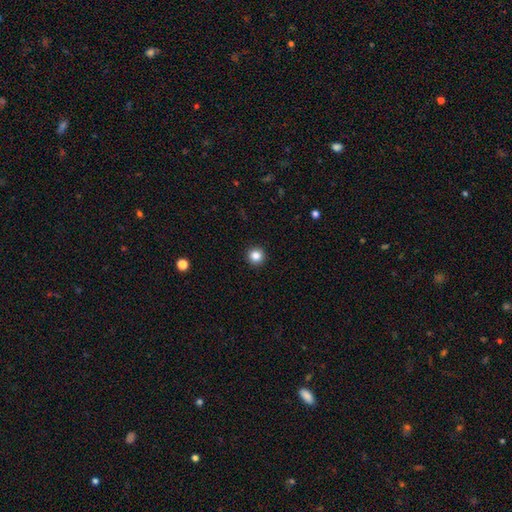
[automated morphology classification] Smooth or featured? smooth (85%)
How rounded? round (96%)
Merging? none (94%)